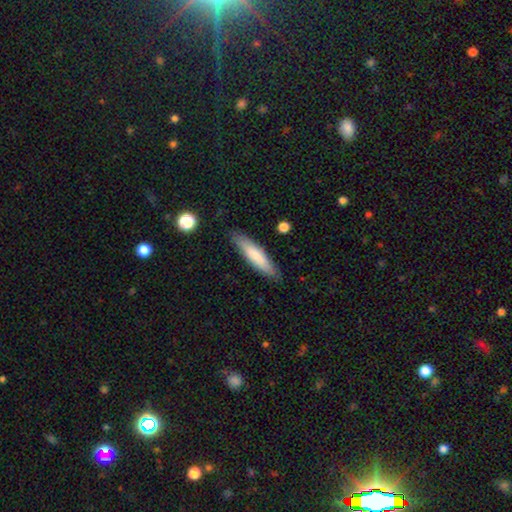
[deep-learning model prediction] Smooth or featured? Predicted: smooth (p=0.76). How rounded? Predicted: cigar-shaped (p=0.81). Merging? Predicted: none (p=0.86).